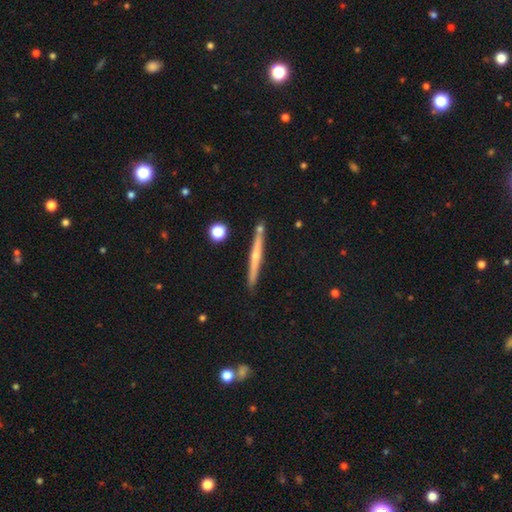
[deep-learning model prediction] Overall: featured or disk (62%; smooth 31%). Edge-on disk: yes (97%). Edge-on bulge: rounded (63%; none 33%). Merging: none (85%).